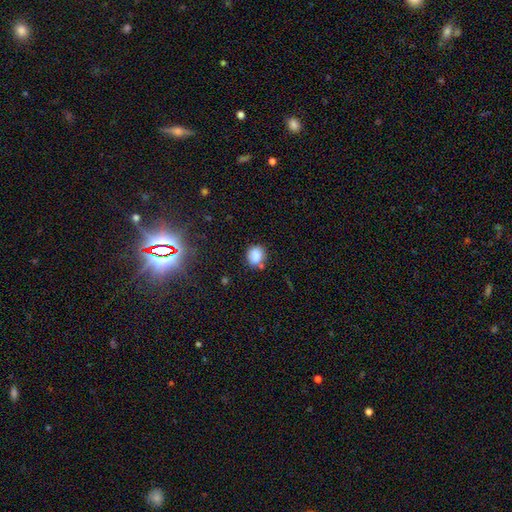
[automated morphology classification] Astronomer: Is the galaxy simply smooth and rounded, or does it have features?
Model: smooth — 81%.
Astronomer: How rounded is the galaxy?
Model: round — 61% (runner-up: in between, 38%).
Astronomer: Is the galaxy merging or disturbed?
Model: none — 66%.